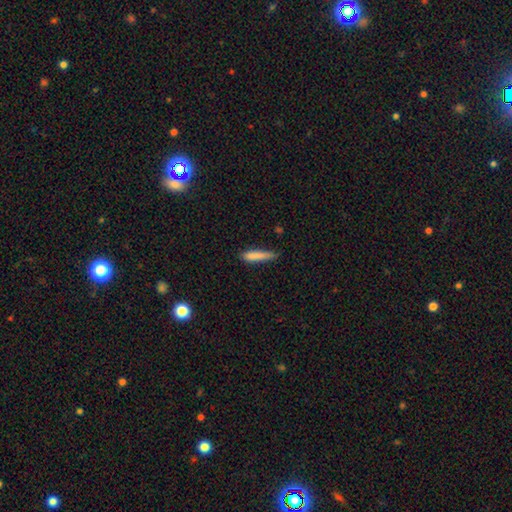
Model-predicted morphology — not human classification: smooth_or_featured: smooth (p=0.83) [alt: featured or disk p=0.10]
how_rounded: cigar-shaped (p=0.85) [alt: in between p=0.13]
merging: none (p=0.66) [alt: minor disturbance p=0.27]